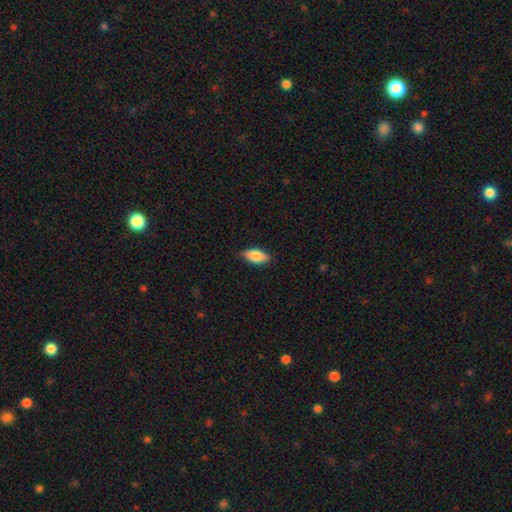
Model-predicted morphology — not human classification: Smooth or featured?
  - smooth: 82% *
  - featured or disk: 12%
  - star or artifact: 6%
How rounded?
  - in between: 83% *
  - cigar-shaped: 14%
  - round: 3%
Merging?
  - none: 84% *
  - minor disturbance: 13%
  - major disturbance: 2%
  - merger: 1%